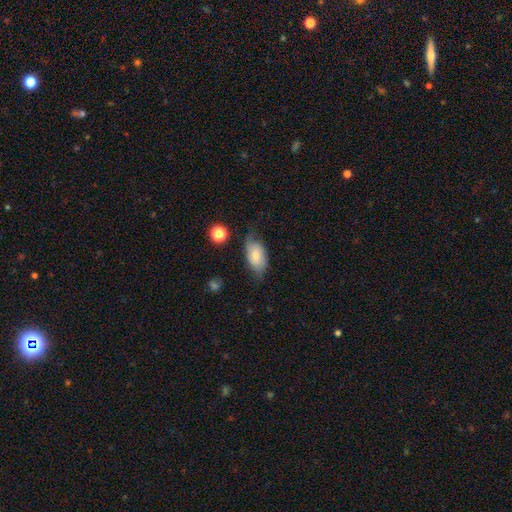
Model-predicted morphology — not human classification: smooth 69%, featured or disk 23%, star or artifact 8%. Down the decision tree: how rounded — in between (91%); merging — none (56%).